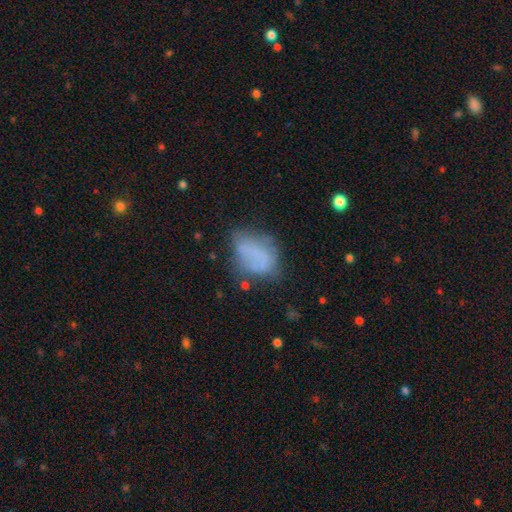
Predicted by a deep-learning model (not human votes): Overall: smooth (62%; featured or disk 26%). How rounded: in between (75%). Merging: none (42%; minor disturbance 32%).